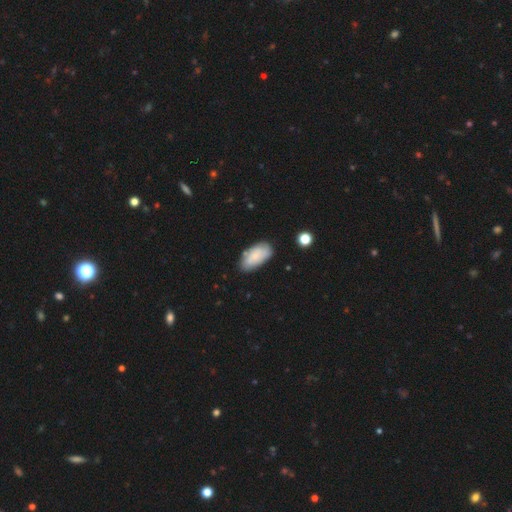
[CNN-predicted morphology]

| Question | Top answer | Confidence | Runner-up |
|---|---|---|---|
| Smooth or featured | smooth | 77% | featured or disk (16%) |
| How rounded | in between | 93% | cigar-shaped (5%) |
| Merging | none | 70% | minor disturbance (21%) |